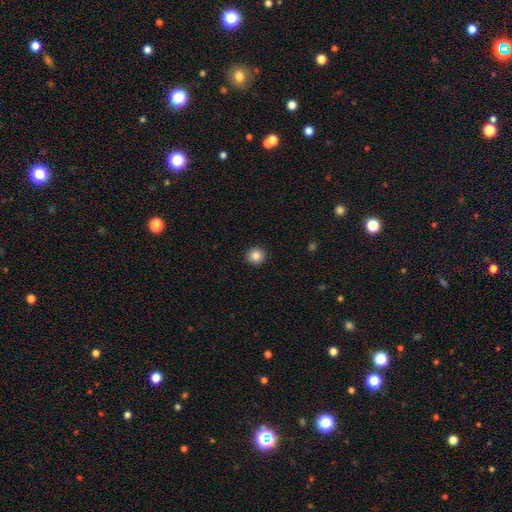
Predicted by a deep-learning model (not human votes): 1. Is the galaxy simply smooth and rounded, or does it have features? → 85% smooth, 10% star or artifact, 5% featured or disk.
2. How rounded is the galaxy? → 92% round, 7% in between, 1% cigar-shaped.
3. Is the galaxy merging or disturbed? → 93% none, 5% minor disturbance, 2% major disturbance, 1% merger.